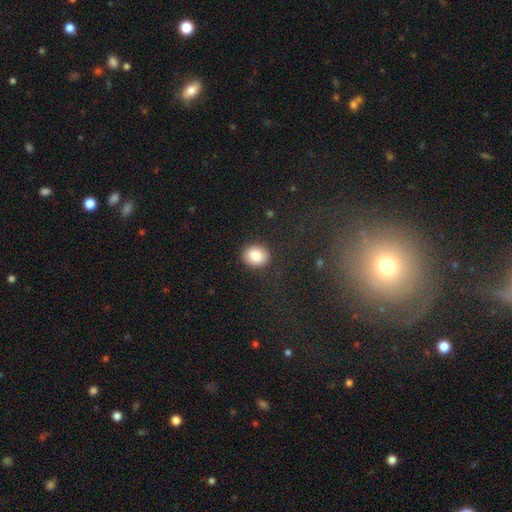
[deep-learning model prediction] A smooth galaxy with no disk features (85%) that is round (72%). Merging: none (89%).